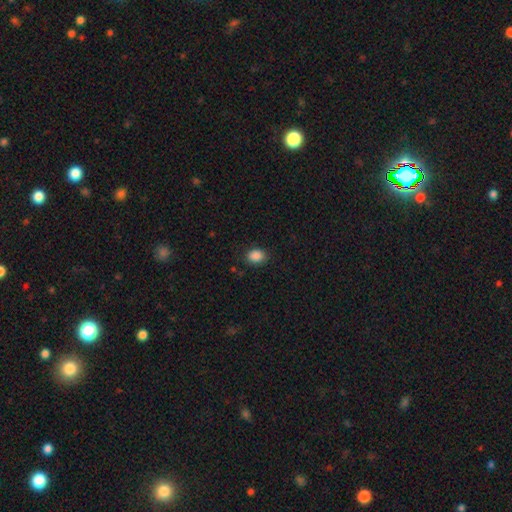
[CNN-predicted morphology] A smooth galaxy with no disk features (88%) that is in between round and cigar-shaped (55%). Merging: none (85%).